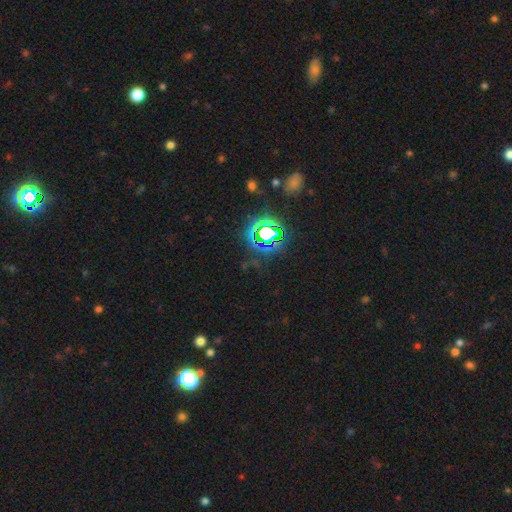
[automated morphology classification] smooth_or_featured: star or artifact (p=0.78) [alt: smooth p=0.15]